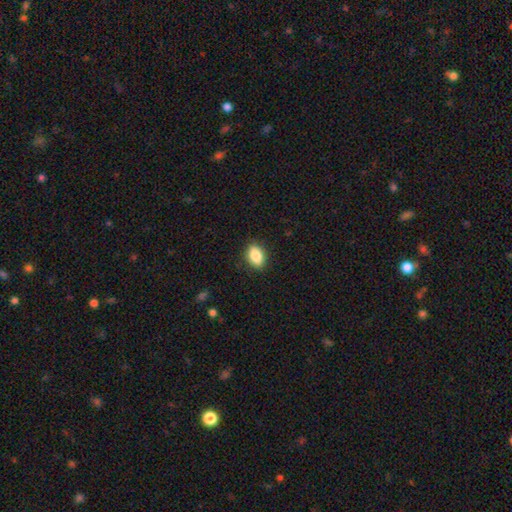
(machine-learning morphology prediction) A smooth galaxy with no disk features (86%) that is in between round and cigar-shaped (87%).

Vote fractions:
- Smooth or featured? smooth: 86% / star or artifact: 7% / featured or disk: 6%
- How rounded? in between: 87% / round: 9% / cigar-shaped: 3%
- Merging? none: 88% / minor disturbance: 9% / major disturbance: 2% / merger: 1%